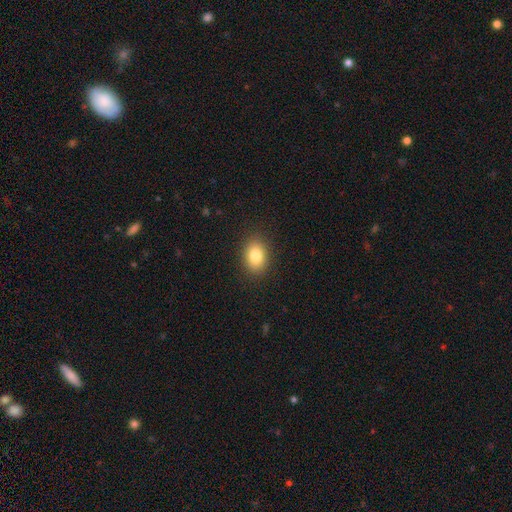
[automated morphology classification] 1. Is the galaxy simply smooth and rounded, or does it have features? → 80% smooth, 14% star or artifact, 7% featured or disk.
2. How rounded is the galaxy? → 65% in between, 34% round, 1% cigar-shaped.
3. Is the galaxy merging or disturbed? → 91% none, 6% minor disturbance, 2% major disturbance, 1% merger.